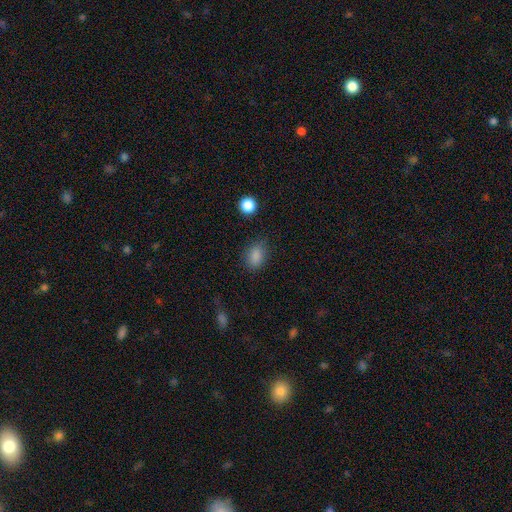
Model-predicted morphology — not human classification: smooth_or_featured: smooth (p=0.85) [alt: star or artifact p=0.11]
how_rounded: in between (p=0.77) [alt: round p=0.21]
merging: none (p=0.77) [alt: minor disturbance p=0.17]